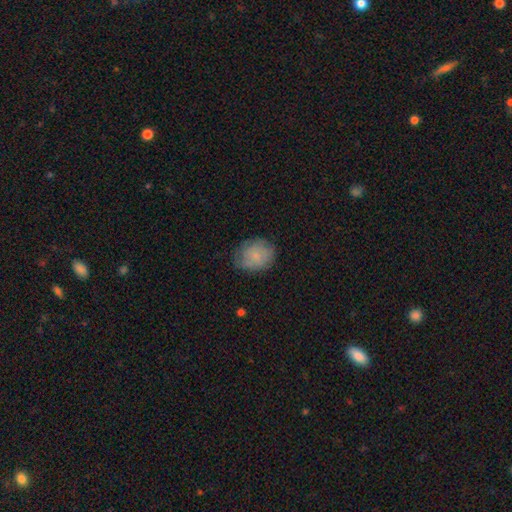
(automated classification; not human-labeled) Overall: smooth (73%). How rounded: round (57%; in between 42%). Merging: none (72%).